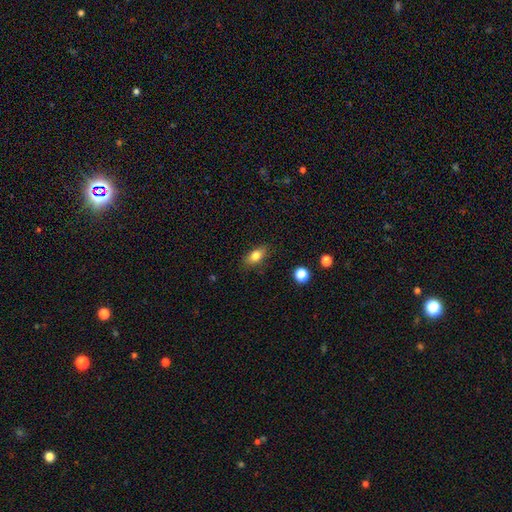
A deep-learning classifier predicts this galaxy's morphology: Smooth or featured: smooth — 80% (featured or disk — 12%)
How rounded: in between — 82% (cigar-shaped — 9%)
Merging: none — 82% (minor disturbance — 13%)